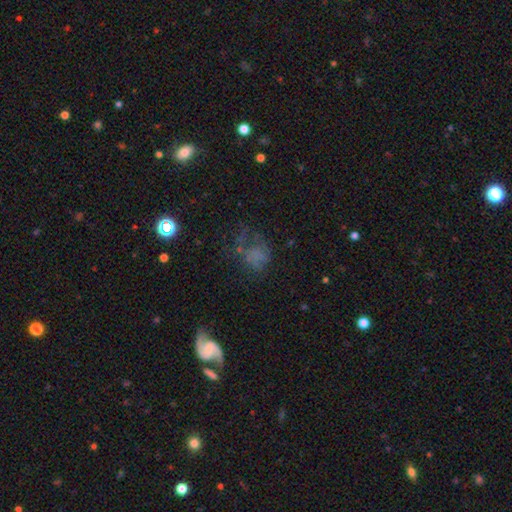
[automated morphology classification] Smooth or featured? Predicted: smooth (p=0.43). Merging? Predicted: none (p=0.40).